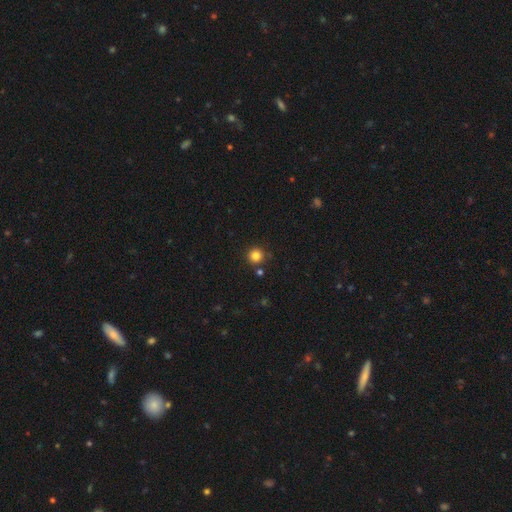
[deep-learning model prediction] This is clearly a smooth galaxy (84%). How rounded: clearly round (95%). Merging: clearly none (86%).